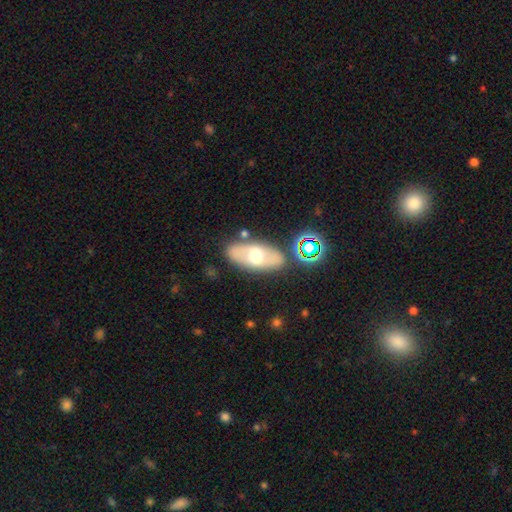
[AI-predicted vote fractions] This appears to be a smooth galaxy with no disk features (48%). Merging: none (79%).